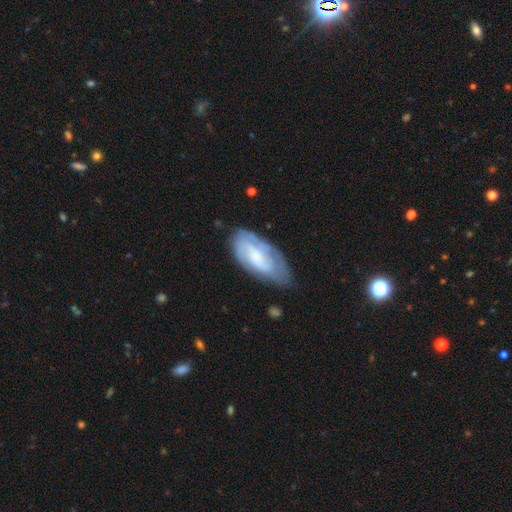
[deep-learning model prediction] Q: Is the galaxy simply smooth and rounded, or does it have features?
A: featured or disk — 59%.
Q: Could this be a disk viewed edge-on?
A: no — 92%.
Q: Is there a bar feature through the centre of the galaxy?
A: no — 53%.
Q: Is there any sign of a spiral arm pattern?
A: yes — 77%.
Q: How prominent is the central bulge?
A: small — 37%.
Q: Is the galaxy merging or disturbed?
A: none — 60%.